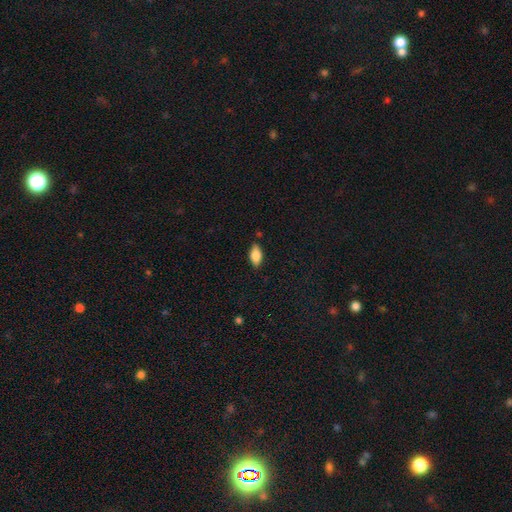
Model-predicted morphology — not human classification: A smooth galaxy with no disk features (82%) that is in between round and cigar-shaped (91%).

Vote fractions:
- Smooth or featured? smooth: 82% / featured or disk: 11% / star or artifact: 7%
- How rounded? in between: 91% / cigar-shaped: 6% / round: 3%
- Merging? none: 84% / minor disturbance: 12% / major disturbance: 2% / merger: 2%